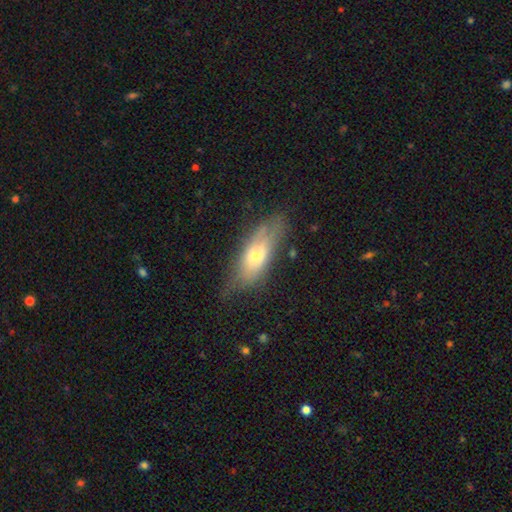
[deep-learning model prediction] This appears to be a smooth galaxy with no disk features (56%) that is in between round and cigar-shaped (66%). Merging: none (60%).